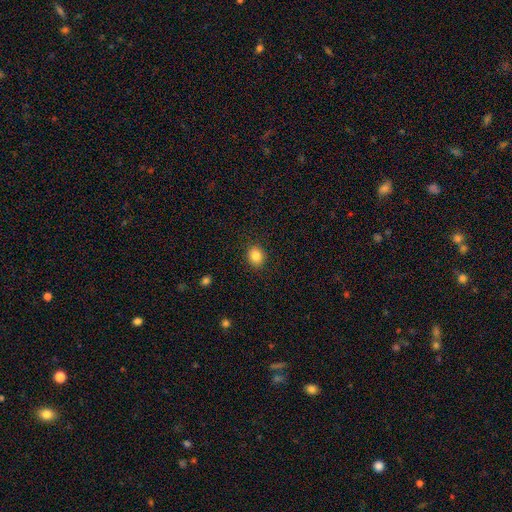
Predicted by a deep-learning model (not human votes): This appears to be a smooth galaxy with no disk features (85%) that is round (68%). Merging: none (90%).